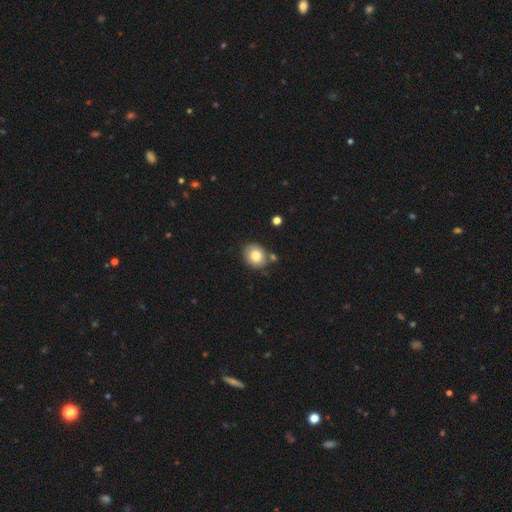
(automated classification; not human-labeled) Smooth or featured? smooth (80%)
How rounded? round (61%)
Merging? none (74%)